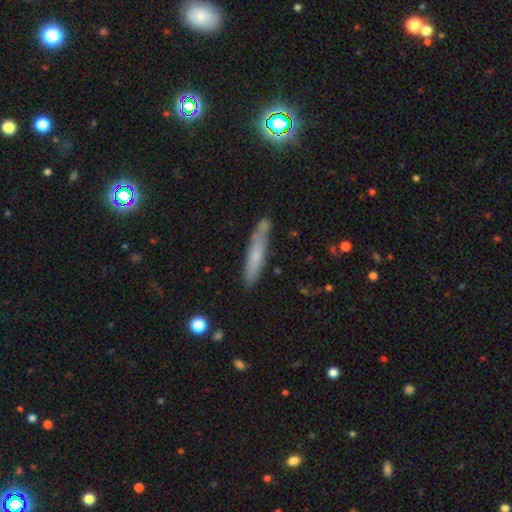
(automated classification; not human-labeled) smooth 63%, featured or disk 29%, star or artifact 8%. Down the decision tree: how rounded — cigar-shaped (90%); merging — none (74%).